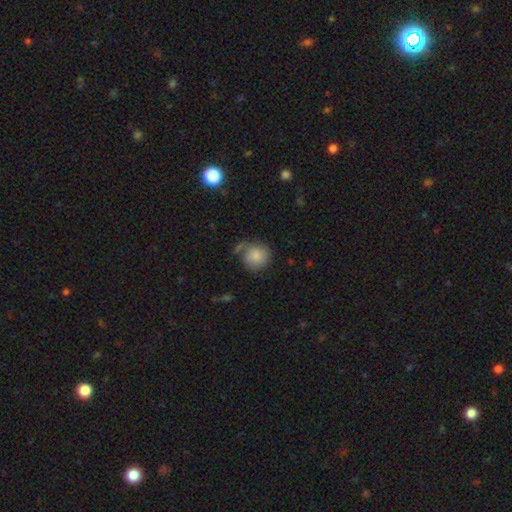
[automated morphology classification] This appears to be a smooth galaxy with no disk features (77%) that is round (87%). Merging: none (52%).